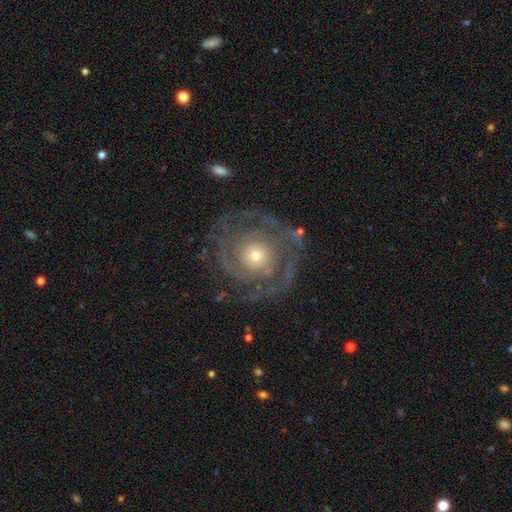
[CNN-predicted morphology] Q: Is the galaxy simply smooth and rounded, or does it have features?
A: featured or disk — 86%.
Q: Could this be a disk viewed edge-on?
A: no — 97%.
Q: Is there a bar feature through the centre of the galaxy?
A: no — 83%.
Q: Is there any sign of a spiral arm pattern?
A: yes — 93%.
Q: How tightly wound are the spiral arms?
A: tight — 72%.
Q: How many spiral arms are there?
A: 2 — 37%.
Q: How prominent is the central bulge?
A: small — 47%.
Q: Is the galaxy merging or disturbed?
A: none — 77%.